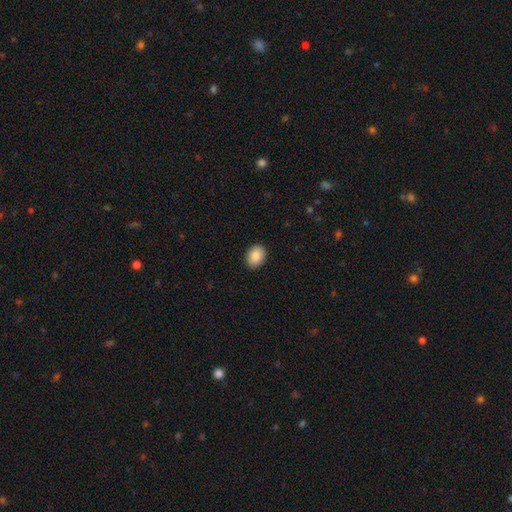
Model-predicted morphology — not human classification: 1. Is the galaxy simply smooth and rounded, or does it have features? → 88% smooth, 7% star or artifact, 4% featured or disk.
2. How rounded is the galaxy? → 71% in between, 29% round, 1% cigar-shaped.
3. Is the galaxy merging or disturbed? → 89% none, 8% minor disturbance, 2% major disturbance, 1% merger.